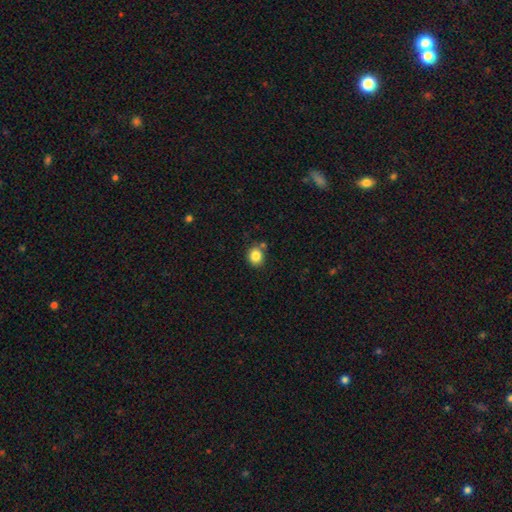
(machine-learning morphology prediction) This appears to be a smooth galaxy with no disk features (84%) that is round (74%). Merging: none (76%).